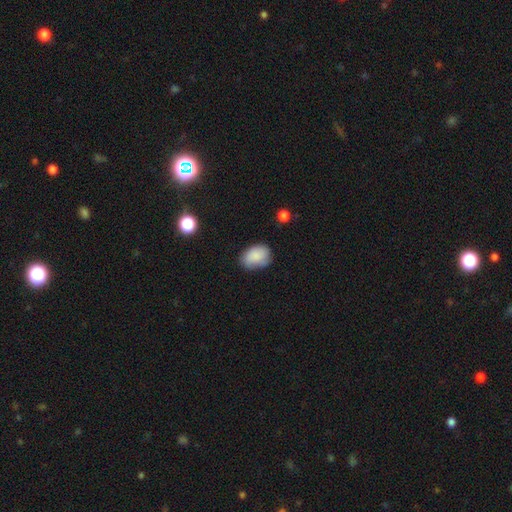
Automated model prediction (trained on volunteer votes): Smooth or featured: smooth — 86% (star or artifact — 7%)
How rounded: in between — 81% (round — 18%)
Merging: none — 70% (minor disturbance — 23%)